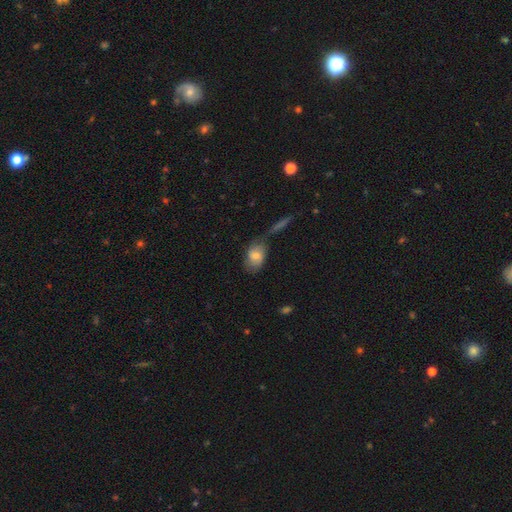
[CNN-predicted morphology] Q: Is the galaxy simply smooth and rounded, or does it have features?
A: smooth — 67%.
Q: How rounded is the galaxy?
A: in between — 83%.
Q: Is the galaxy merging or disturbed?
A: none — 47%.